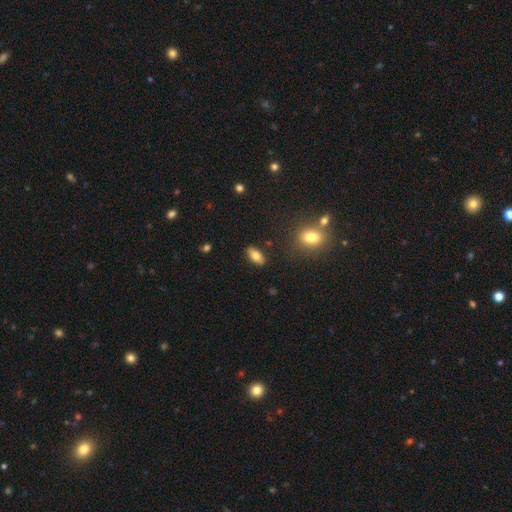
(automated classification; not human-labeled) Q: Smooth or featured?
A: smooth (79%); runner-up: featured or disk (13%)
Q: How rounded?
A: in between (86%); runner-up: cigar-shaped (11%)
Q: Merging?
A: none (87%); runner-up: minor disturbance (9%)